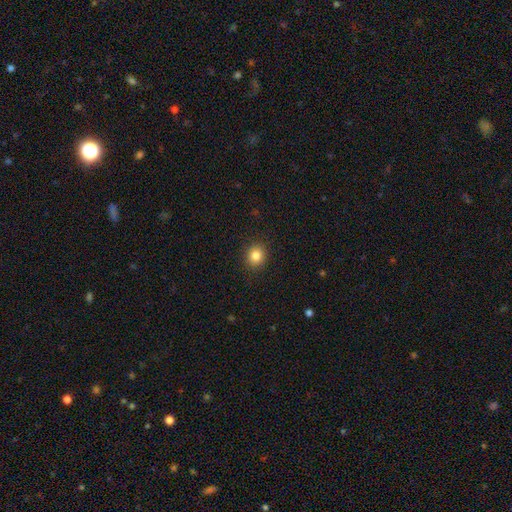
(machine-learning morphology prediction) Smooth or featured? Predicted: smooth (p=0.84). How rounded? Predicted: round (p=0.79). Merging? Predicted: none (p=0.90).